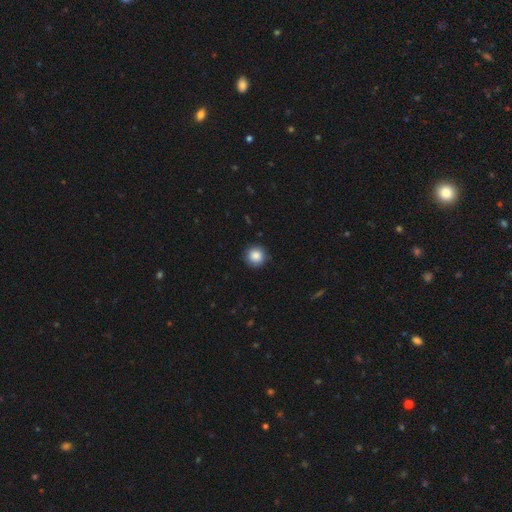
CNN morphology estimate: type=smooth (87%); roundness=round (94%); merging=none (90%).